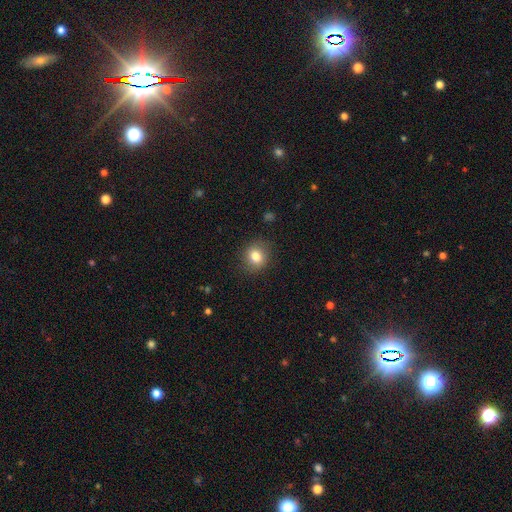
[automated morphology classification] Overall: smooth (81%). How rounded: round (72%). Merging: none (85%).